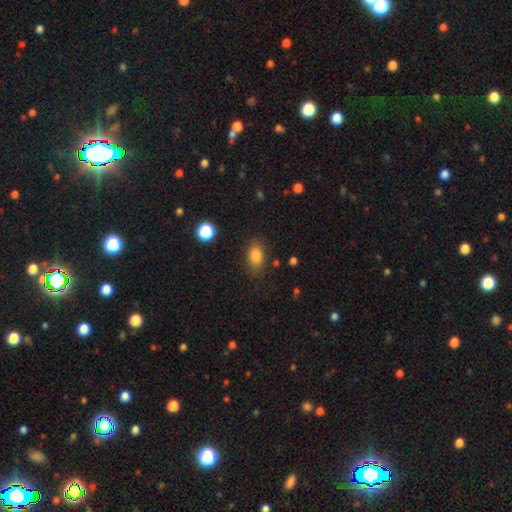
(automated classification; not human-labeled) Smooth or featured? Predicted: smooth (p=0.83). How rounded? Predicted: in between (p=0.81). Merging? Predicted: none (p=0.80).